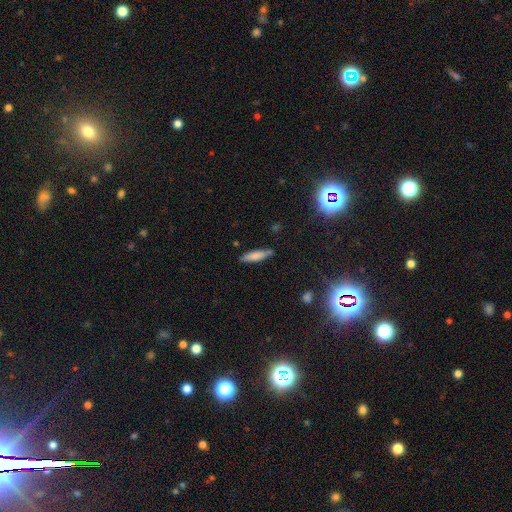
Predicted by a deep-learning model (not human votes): Morphology: type=smooth (76%); roundness=cigar-shaped (71%); merging=none (80%).